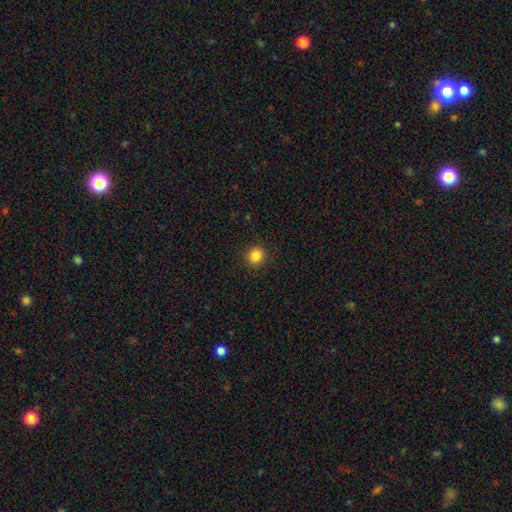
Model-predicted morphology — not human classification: smooth 85%, star or artifact 11%, featured or disk 4%. Down the decision tree: how rounded — round (92%); merging — none (92%).